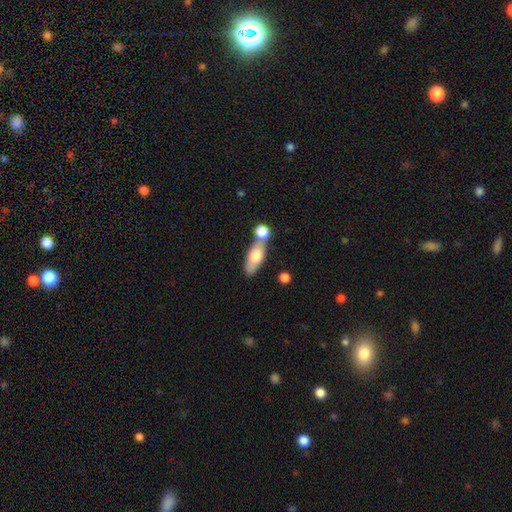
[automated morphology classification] The model was most divided on "merging": none: 46%, merger: 38%, minor disturbance: 11%, major disturbance: 4%. More confident: how rounded — in between (70%); smooth or featured — smooth (68%).